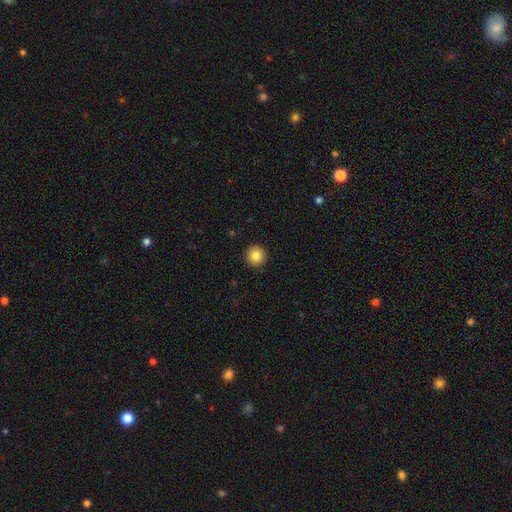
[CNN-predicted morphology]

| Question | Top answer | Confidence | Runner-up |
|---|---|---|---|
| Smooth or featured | smooth | 84% | star or artifact (10%) |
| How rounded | round | 95% | in between (4%) |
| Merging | none | 93% | minor disturbance (5%) |